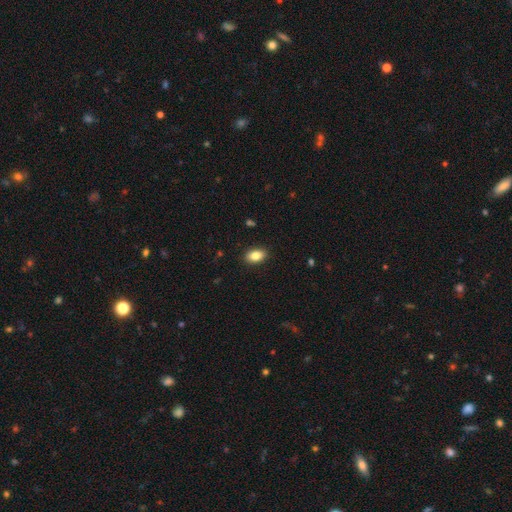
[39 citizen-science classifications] Overall: smooth (87%). How rounded: in between (85%). Merging: none (92%).